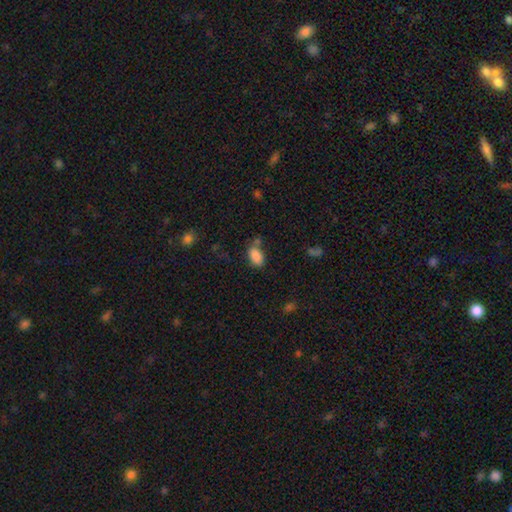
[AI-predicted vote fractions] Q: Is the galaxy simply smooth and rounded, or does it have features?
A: smooth — 86%.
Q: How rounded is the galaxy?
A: in between — 92%.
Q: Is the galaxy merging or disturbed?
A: none — 61%.